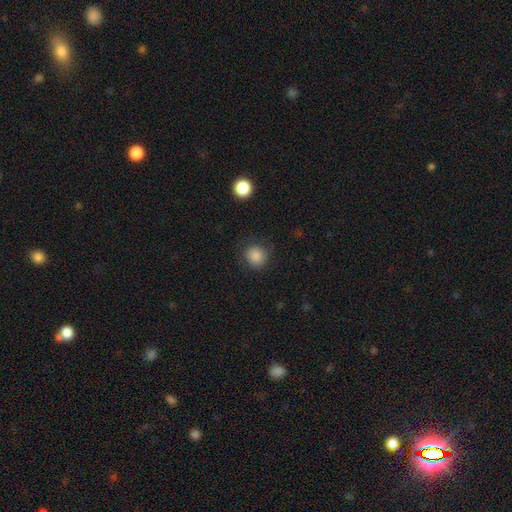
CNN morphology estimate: type=smooth (86%); roundness=round (87%); merging=none (84%).